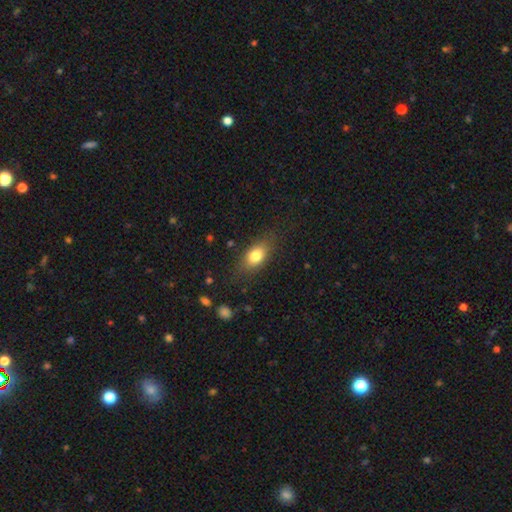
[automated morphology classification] A smooth galaxy with no disk features (78%) that is in between round and cigar-shaped (82%). Merging: none (78%).